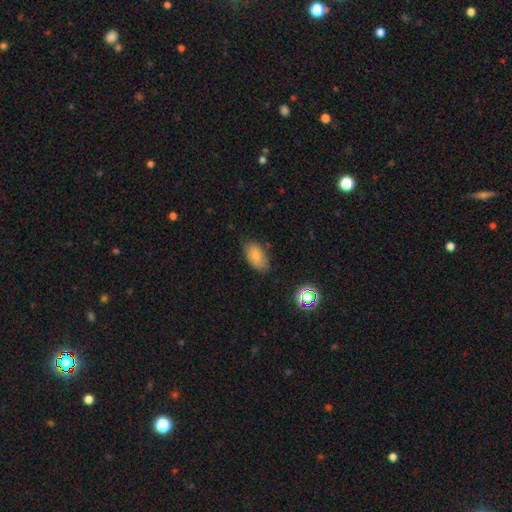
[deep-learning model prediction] smooth 81%, featured or disk 10%, star or artifact 9%. Down the decision tree: how rounded — in between (92%); merging — none (76%).